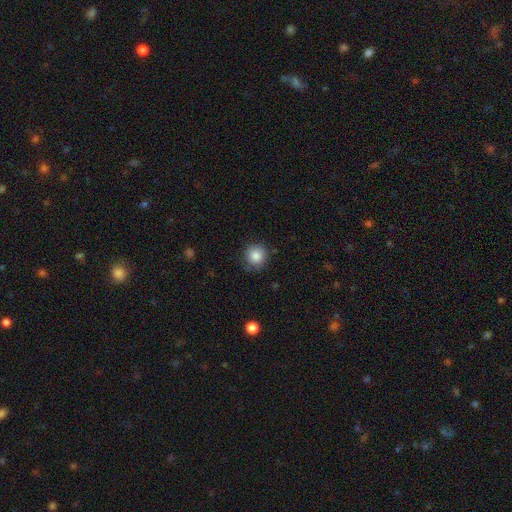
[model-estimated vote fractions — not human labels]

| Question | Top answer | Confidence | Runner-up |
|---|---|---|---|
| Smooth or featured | smooth | 86% | star or artifact (9%) |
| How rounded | round | 90% | in between (9%) |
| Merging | none | 82% | minor disturbance (13%) |